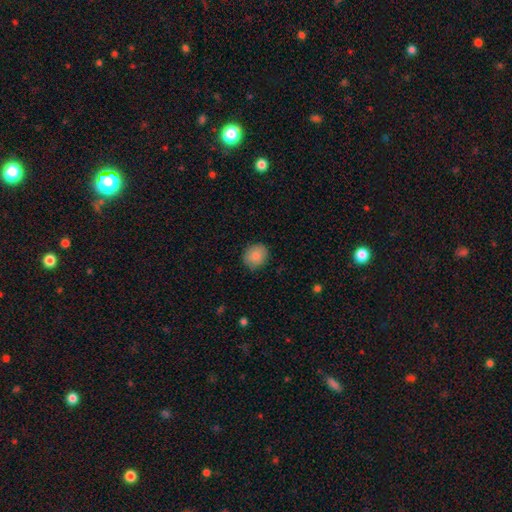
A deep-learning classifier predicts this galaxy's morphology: smooth 87%, star or artifact 8%, featured or disk 5%. Down the decision tree: how rounded — round (71%); merging — none (86%).